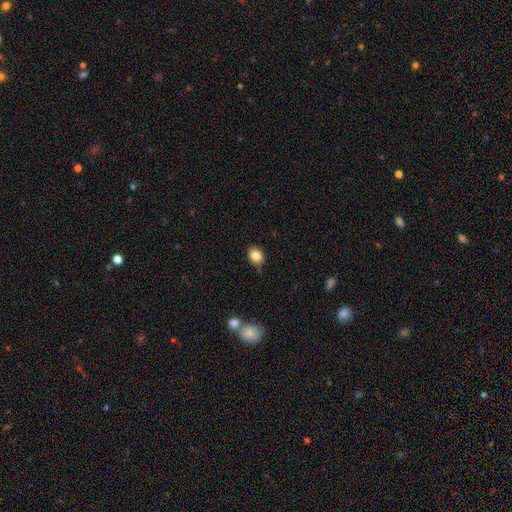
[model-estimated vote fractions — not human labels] Smooth or featured? Predicted: smooth (p=0.84). How rounded? Predicted: in between (p=0.50). Merging? Predicted: none (p=0.81).